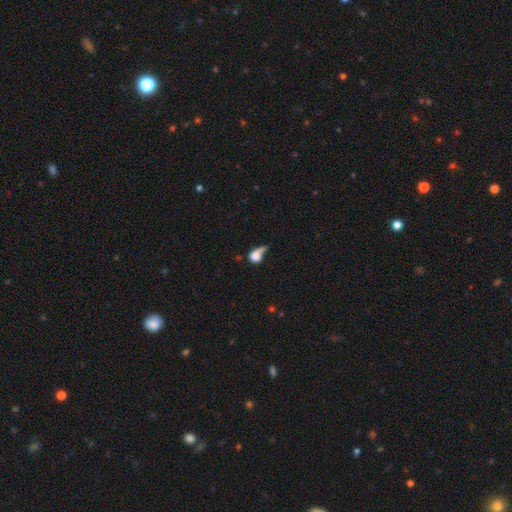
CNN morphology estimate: Q: Smooth or featured?
A: smooth (67%); runner-up: featured or disk (21%)
Q: How rounded?
A: round (59%); runner-up: in between (36%)
Q: Merging?
A: major disturbance (34%); runner-up: none (27%)